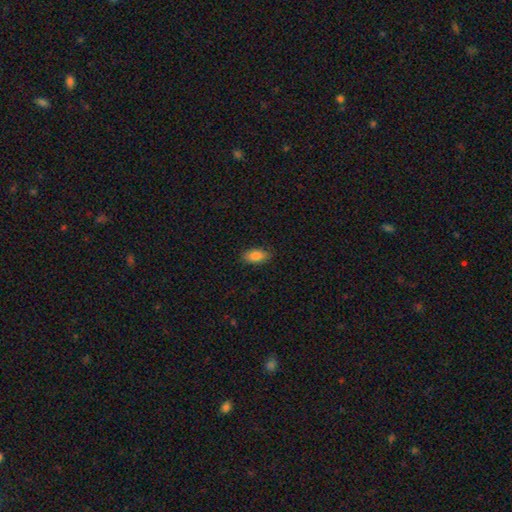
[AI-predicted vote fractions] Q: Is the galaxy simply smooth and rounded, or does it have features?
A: smooth — 86%.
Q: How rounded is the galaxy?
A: in between — 92%.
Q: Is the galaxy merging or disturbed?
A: none — 87%.